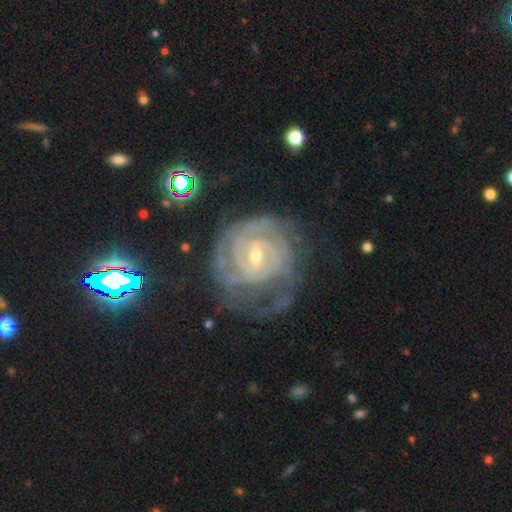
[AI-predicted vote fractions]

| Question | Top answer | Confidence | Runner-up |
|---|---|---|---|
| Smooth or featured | featured or disk | 90% | star or artifact (5%) |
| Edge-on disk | no | 98% | yes (2%) |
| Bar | weak | 53% | no (25%) |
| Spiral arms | yes | 98% | no (2%) |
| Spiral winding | tight | 79% | medium (18%) |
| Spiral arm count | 2 | 32% | can't tell (25%) |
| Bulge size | small | 62% | moderate (35%) |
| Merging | none | 64% | minor disturbance (21%) |